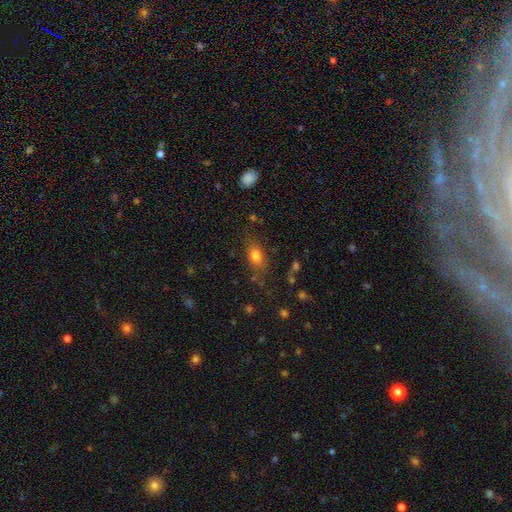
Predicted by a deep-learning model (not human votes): Q: Smooth or featured?
A: smooth (77%); runner-up: featured or disk (11%)
Q: How rounded?
A: in between (79%); runner-up: round (14%)
Q: Merging?
A: none (75%); runner-up: minor disturbance (16%)